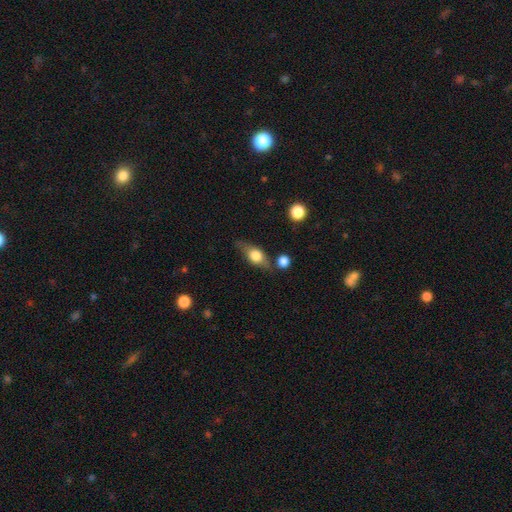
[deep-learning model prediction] Smooth or featured? Predicted: smooth (p=0.54). How rounded? Predicted: in between (p=0.65). Merging? Predicted: none (p=0.66).